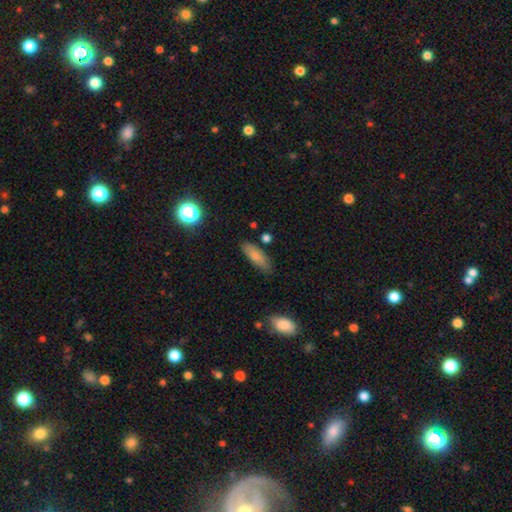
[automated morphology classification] Smooth or featured: smooth — 80% (featured or disk — 12%)
How rounded: in between — 60% (cigar-shaped — 38%)
Merging: none — 76% (minor disturbance — 17%)